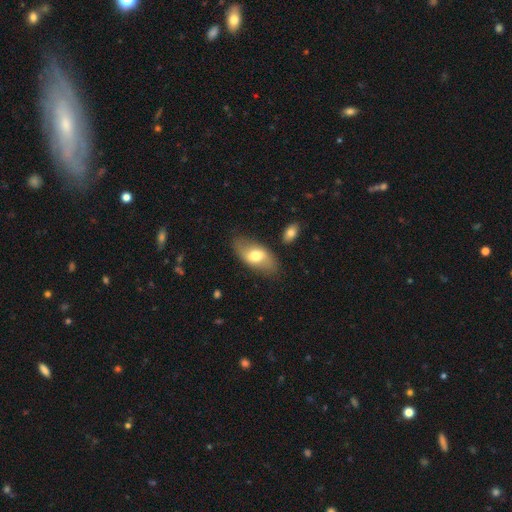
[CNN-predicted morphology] smooth_or_featured: smooth (p=0.55) [alt: featured or disk p=0.39]
how_rounded: in between (p=0.90) [alt: cigar-shaped p=0.05]
merging: none (p=0.77) [alt: minor disturbance p=0.16]